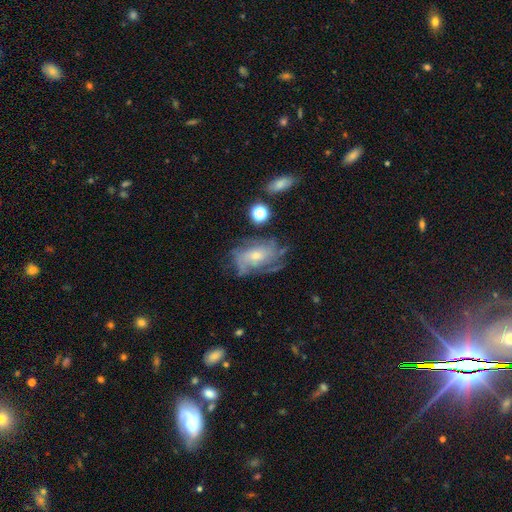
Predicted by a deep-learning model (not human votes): Morphology: type=featured or disk (74%); edge-on=no (95%); bar=no (73%); spiral arms=yes (84%); winding=tight (49%); arm count=can't tell (51%); bulge=small (49%); merging=none (55%).